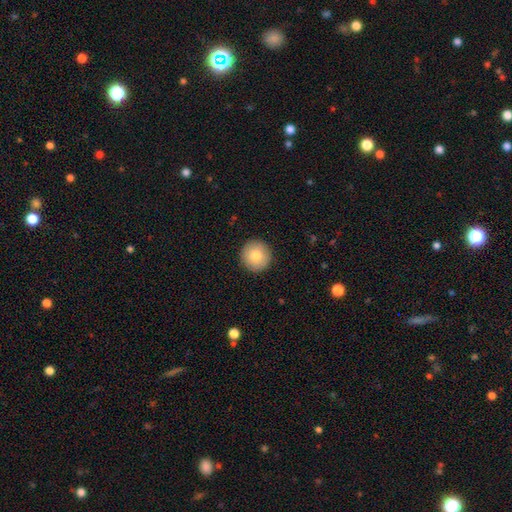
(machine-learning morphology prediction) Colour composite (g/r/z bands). It shows a smooth galaxy with no disk features (81%) that is round (96%). Merging: none (92%).